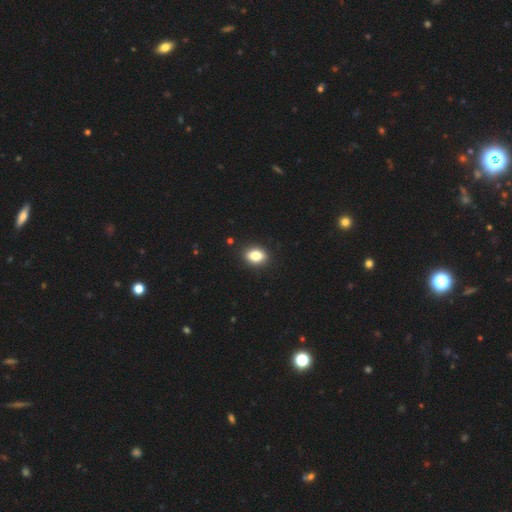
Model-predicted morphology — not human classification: Smooth or featured? smooth (82%)
How rounded? in between (75%)
Merging? none (89%)